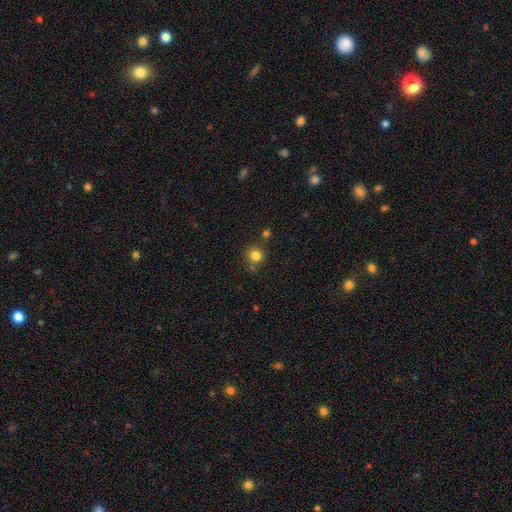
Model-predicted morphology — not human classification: smooth 81%, star or artifact 13%, featured or disk 6%. Down the decision tree: how rounded — round (90%); merging — none (76%).